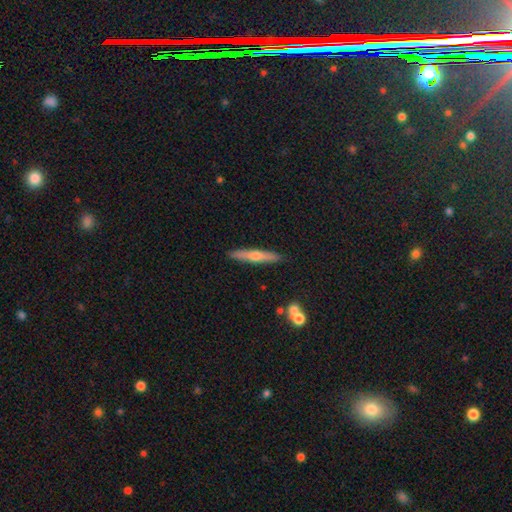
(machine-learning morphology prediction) Overall: featured or disk (53%; smooth 40%). Edge-on disk: yes (94%). Merging: none (90%).